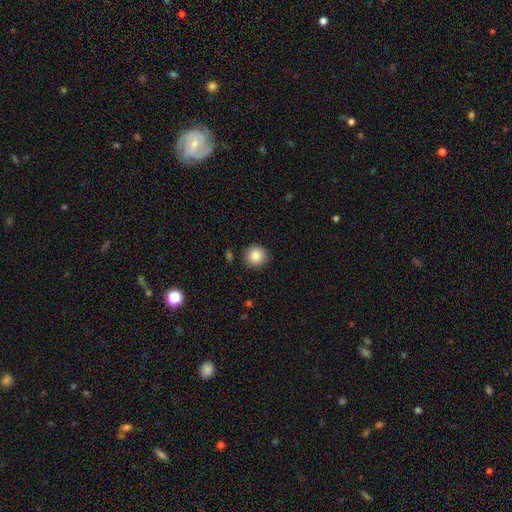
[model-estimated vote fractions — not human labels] smooth-or-featured: smooth: 86% | star or artifact: 9% | featured or disk: 5%
  how-rounded: round: 91% | in between: 8% | cigar-shaped: 1%
  merging: none: 87% | minor disturbance: 8% | merger: 2% | major disturbance: 2%